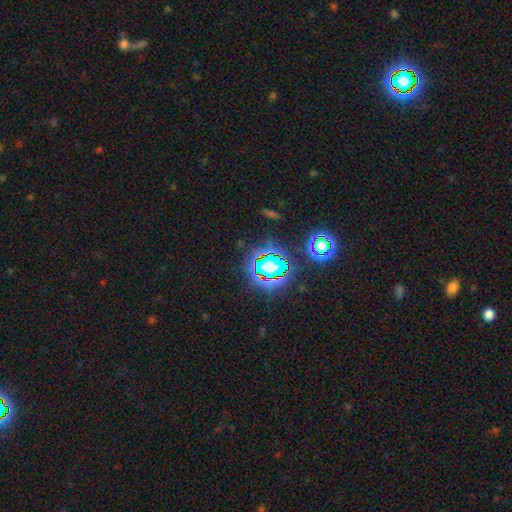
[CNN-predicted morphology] This appears to be a star or artifact, not a galaxy (79%).